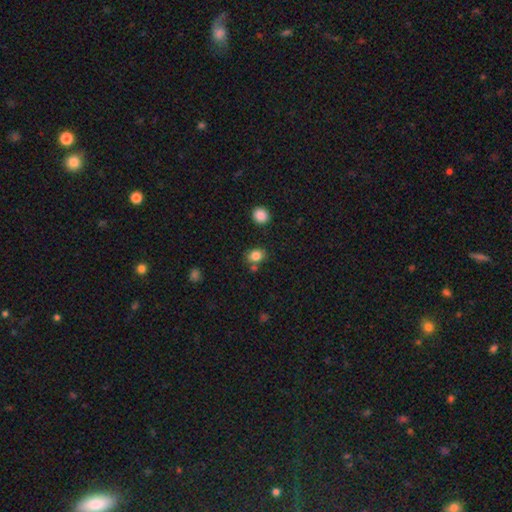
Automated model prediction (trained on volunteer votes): This is clearly a smooth galaxy (84%). How rounded: possibly round (55%). Merging: likely none (74%).